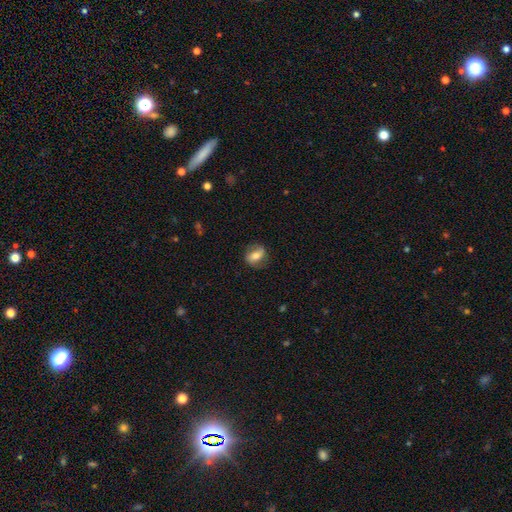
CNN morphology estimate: Smooth or featured? smooth (49%)
Merging? none (76%)